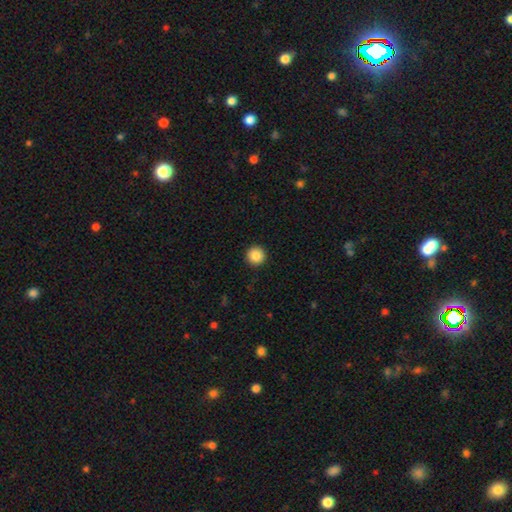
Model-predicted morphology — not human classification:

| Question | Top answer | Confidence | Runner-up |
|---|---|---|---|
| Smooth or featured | smooth | 88% | star or artifact (9%) |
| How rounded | round | 96% | in between (3%) |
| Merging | none | 93% | minor disturbance (4%) |